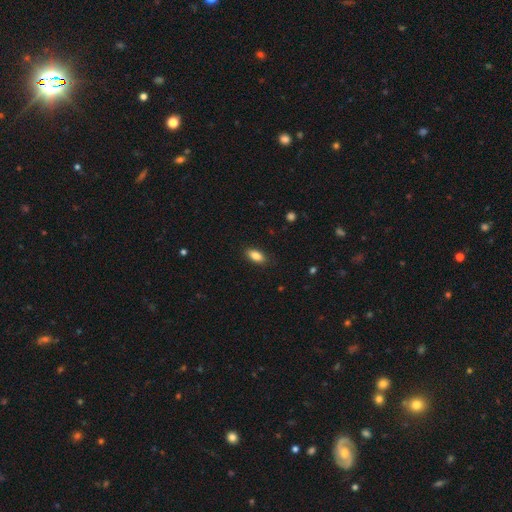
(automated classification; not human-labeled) Smooth or featured?
  - smooth: 87% *
  - star or artifact: 8%
  - featured or disk: 6%
How rounded?
  - in between: 89% *
  - cigar-shaped: 7%
  - round: 4%
Merging?
  - none: 86% *
  - minor disturbance: 10%
  - major disturbance: 2%
  - merger: 1%